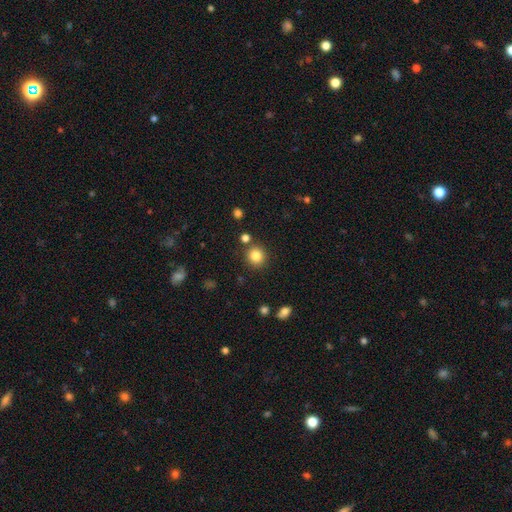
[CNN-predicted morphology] Smooth or featured?
  - smooth: 84% *
  - star or artifact: 11%
  - featured or disk: 5%
How rounded?
  - round: 90% *
  - in between: 9%
  - cigar-shaped: 1%
Merging?
  - none: 84% *
  - minor disturbance: 7%
  - merger: 6%
  - major disturbance: 3%